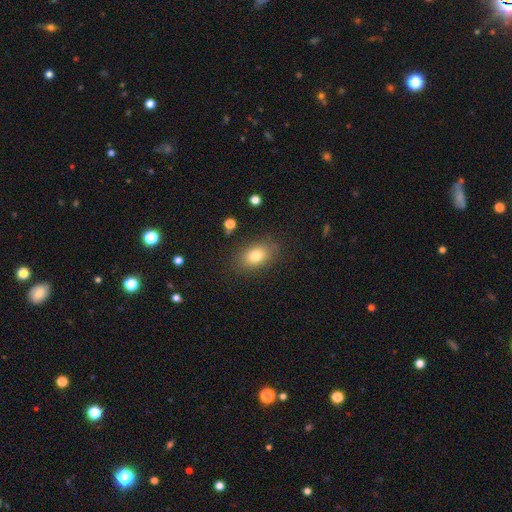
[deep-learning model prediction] Q: Smooth or featured?
A: smooth (78%); runner-up: featured or disk (12%)
Q: How rounded?
A: in between (83%); runner-up: round (16%)
Q: Merging?
A: none (83%); runner-up: minor disturbance (11%)